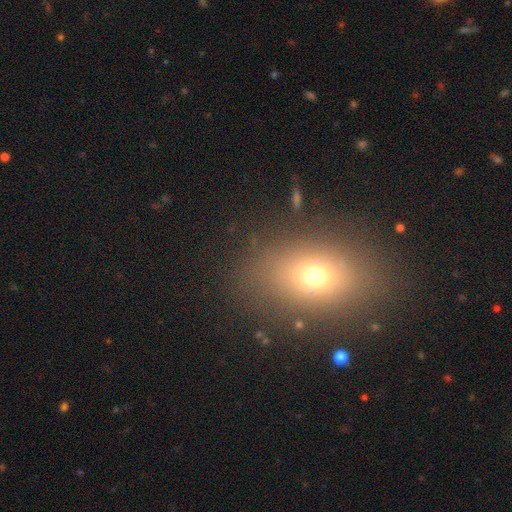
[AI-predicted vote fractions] Morphology: type=smooth (66%); roundness=in between (68%); merging=none (86%).